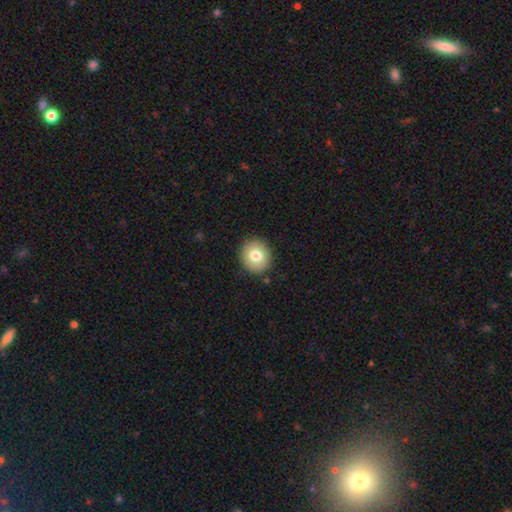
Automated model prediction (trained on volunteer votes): Overall: smooth (77%). How rounded: round (79%). Merging: none (89%).